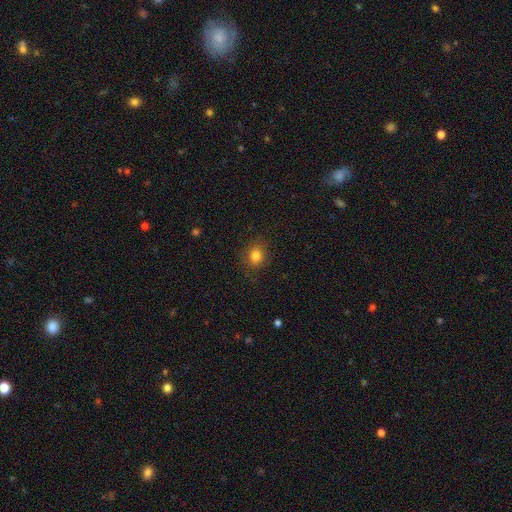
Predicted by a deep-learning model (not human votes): Overall: smooth (82%). How rounded: round (73%). Merging: none (87%).